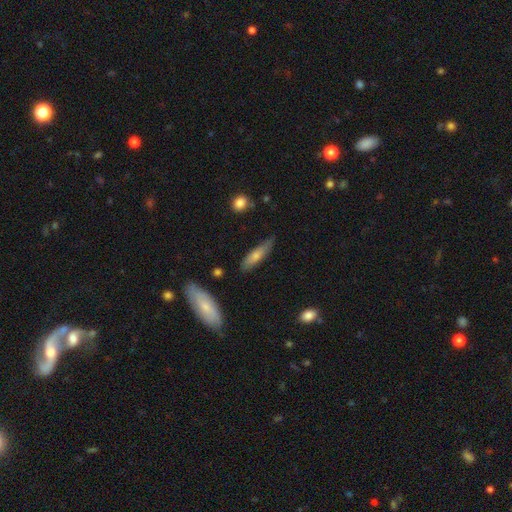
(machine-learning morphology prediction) Smooth or featured? smooth (67%)
How rounded? cigar-shaped (69%)
Merging? none (66%)